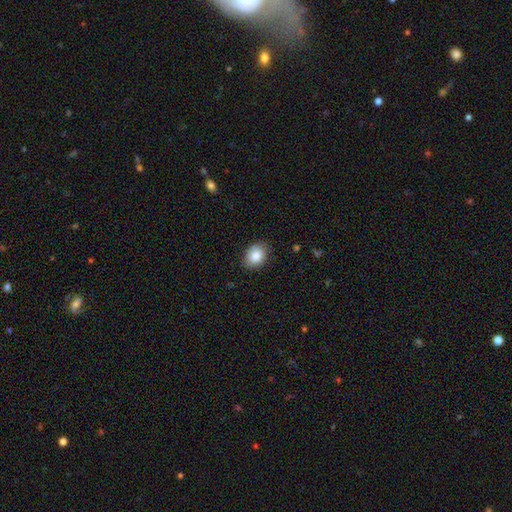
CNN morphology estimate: smooth-or-featured: smooth: 84% | featured or disk: 8% | star or artifact: 8%
  how-rounded: in between: 64% | round: 35% | cigar-shaped: 1%
  merging: none: 83% | minor disturbance: 13% | major disturbance: 2% | merger: 1%